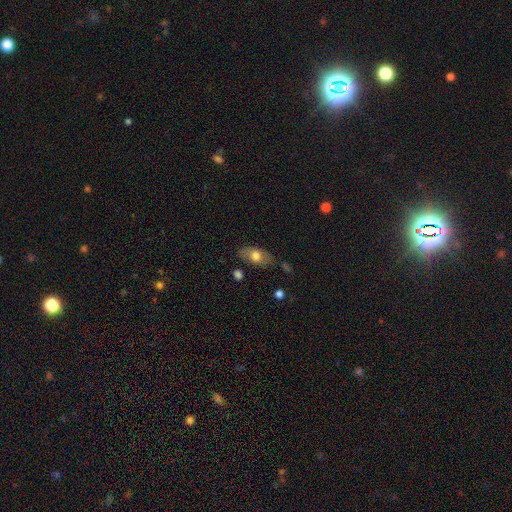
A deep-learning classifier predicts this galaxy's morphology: Smooth or featured: smooth — 68% (featured or disk — 25%)
How rounded: in between — 88% (round — 7%)
Merging: none — 75% (minor disturbance — 17%)